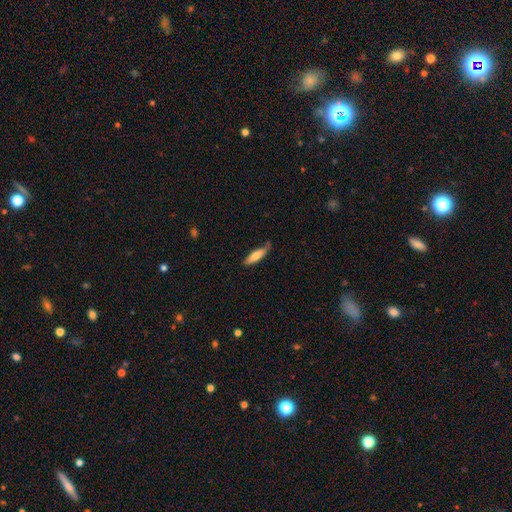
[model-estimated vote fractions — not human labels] The model was most divided on "how rounded": cigar-shaped: 57%, in between: 42%, round: 2%. More confident: smooth or featured — smooth (74%); merging — none (64%).